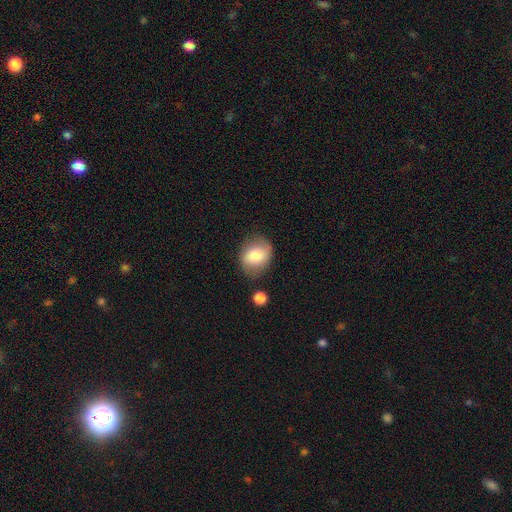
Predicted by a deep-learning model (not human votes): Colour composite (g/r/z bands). It shows a smooth galaxy with no disk features (72%) that is in between round and cigar-shaped (51%). Merging: none (72%).